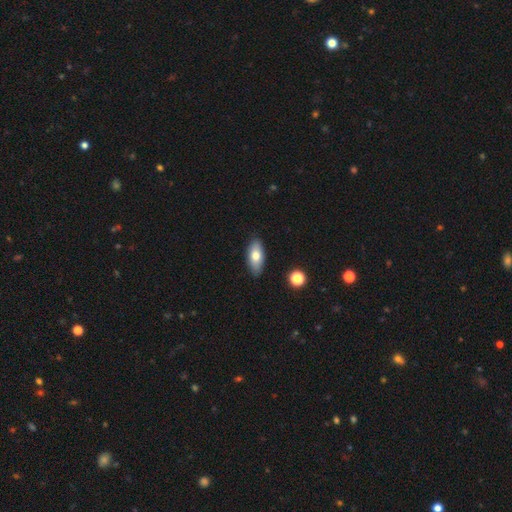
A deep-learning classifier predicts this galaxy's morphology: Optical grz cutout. It shows a smooth galaxy with no disk features (73%) that is in between round and cigar-shaped (86%). Merging: none (86%).